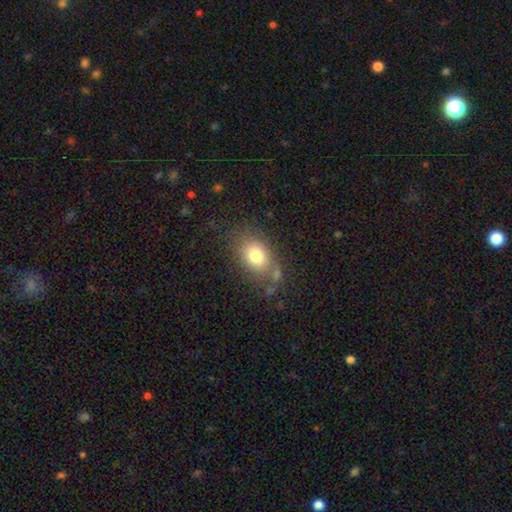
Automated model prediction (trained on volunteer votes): Smooth or featured? Predicted: smooth (p=0.77). How rounded? Predicted: in between (p=0.79). Merging? Predicted: none (p=0.65).